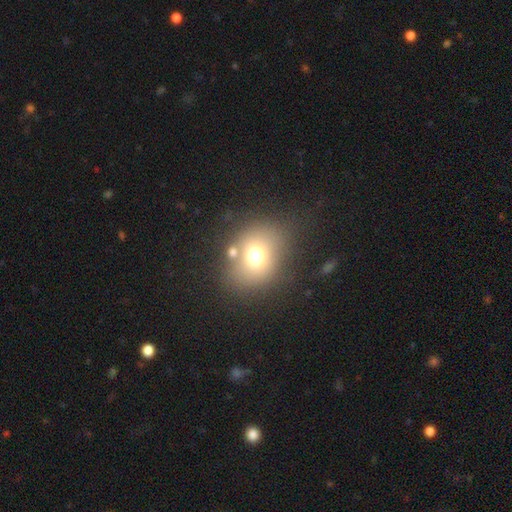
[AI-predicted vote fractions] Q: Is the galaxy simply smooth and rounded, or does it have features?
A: smooth — 69%.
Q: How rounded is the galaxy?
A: round — 52%.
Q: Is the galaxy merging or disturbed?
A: none — 69%.